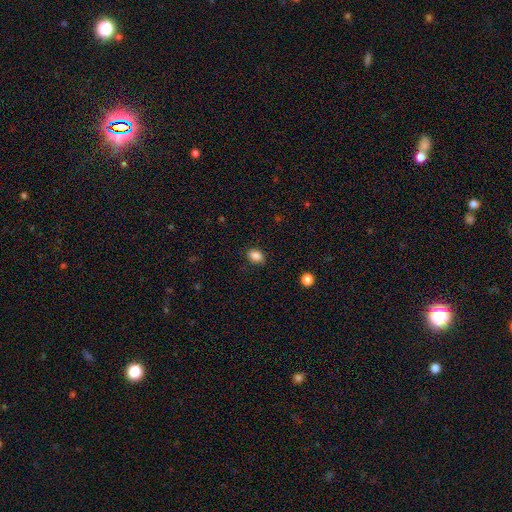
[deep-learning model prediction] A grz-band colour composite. It shows a smooth galaxy with no disk features (87%) that is in between round and cigar-shaped (72%). Merging: none (85%).